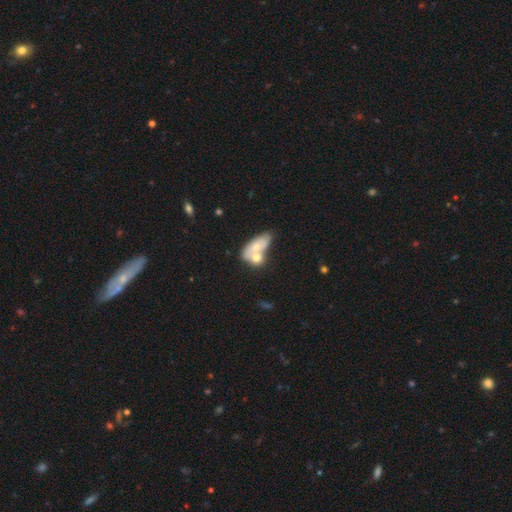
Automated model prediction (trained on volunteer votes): Overall: smooth (58%; featured or disk 33%). How rounded: in between (75%). Merging: merger (59%; none 22%).